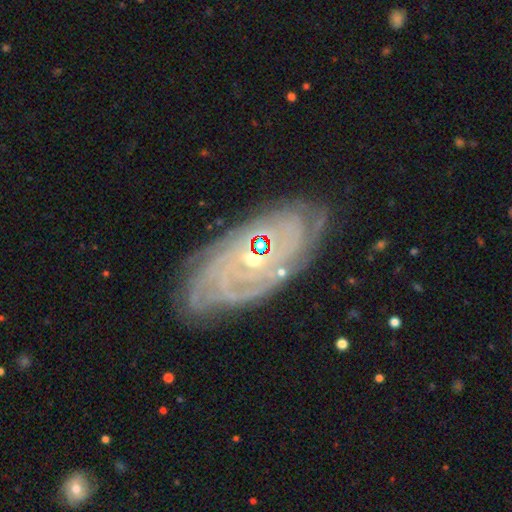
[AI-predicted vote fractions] Smooth or featured: featured or disk — 85% (star or artifact — 9%)
Edge-on disk: no — 93% (yes — 7%)
Bar: no — 62% (weak — 27%)
Spiral arms: yes — 97% (no — 3%)
Spiral winding: tight — 83% (medium — 14%)
Spiral arm count: can't tell — 27% (4 — 19%)
Bulge size: small — 73% (moderate — 22%)
Merging: none — 81% (minor disturbance — 14%)